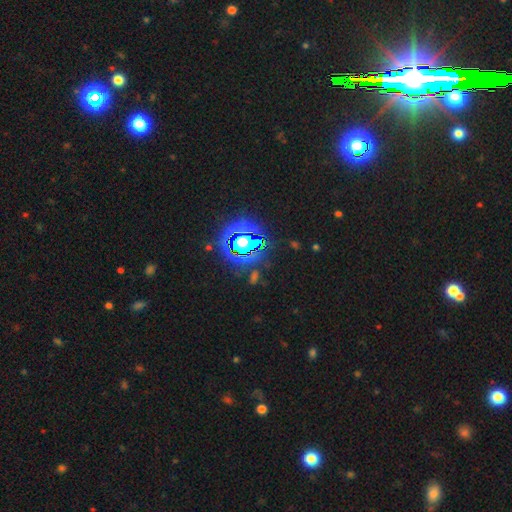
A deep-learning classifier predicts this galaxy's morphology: The model was most divided on "smooth or featured": star or artifact: 85%, smooth: 9%, featured or disk: 7%.